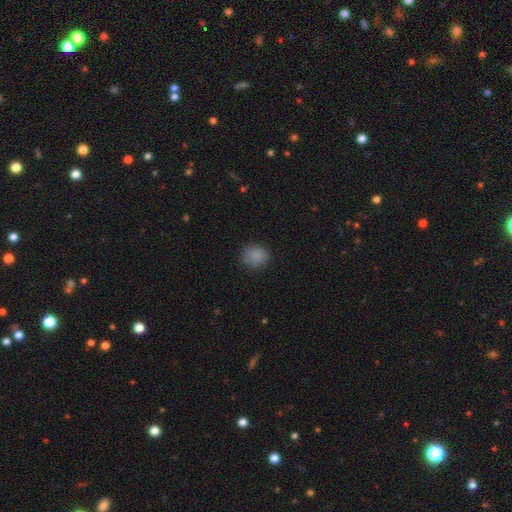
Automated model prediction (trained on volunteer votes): This is clearly a smooth galaxy (86%). How rounded: likely round (80%). Merging: clearly none (81%).